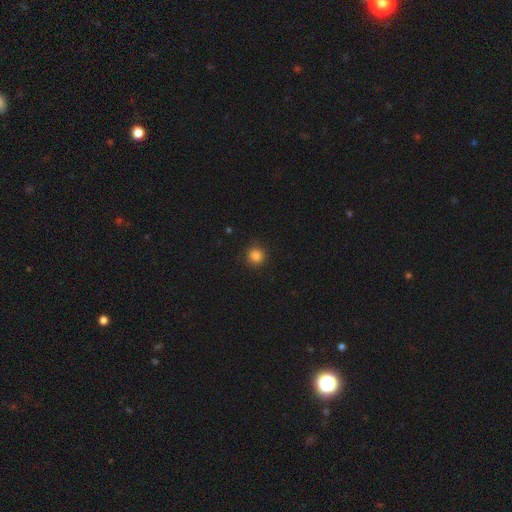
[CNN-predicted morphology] Smooth or featured? smooth (84%)
How rounded? round (93%)
Merging? none (89%)